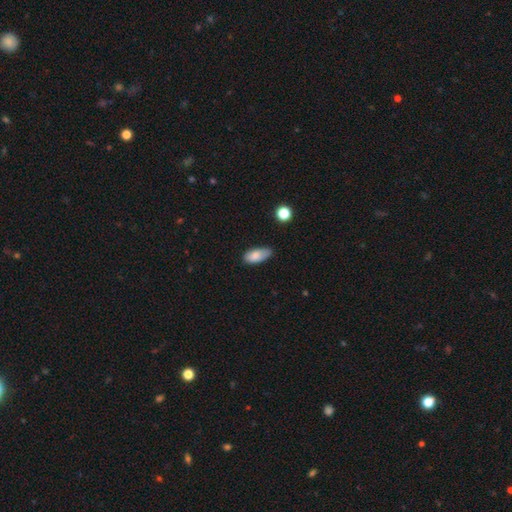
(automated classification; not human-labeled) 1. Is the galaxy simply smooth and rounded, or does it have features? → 82% smooth, 10% featured or disk, 8% star or artifact.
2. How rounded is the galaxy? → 89% in between, 8% cigar-shaped, 3% round.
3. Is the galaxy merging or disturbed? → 54% none, 37% minor disturbance, 7% major disturbance, 3% merger.